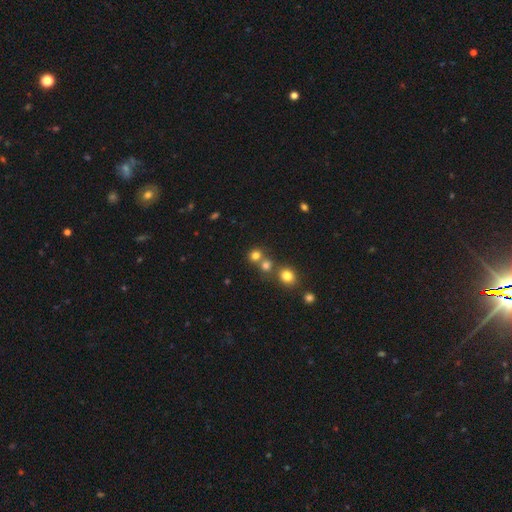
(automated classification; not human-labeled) This is likely a smooth galaxy (74%). How rounded: clearly round (86%). Merging: possibly none (58%).